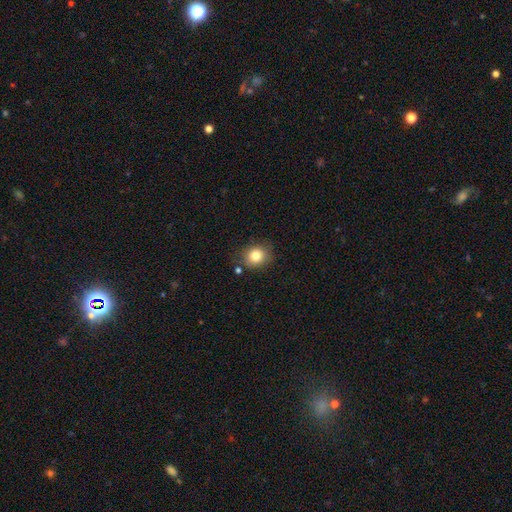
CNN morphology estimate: Smooth or featured? smooth (81%)
How rounded? round (71%)
Merging? none (78%)